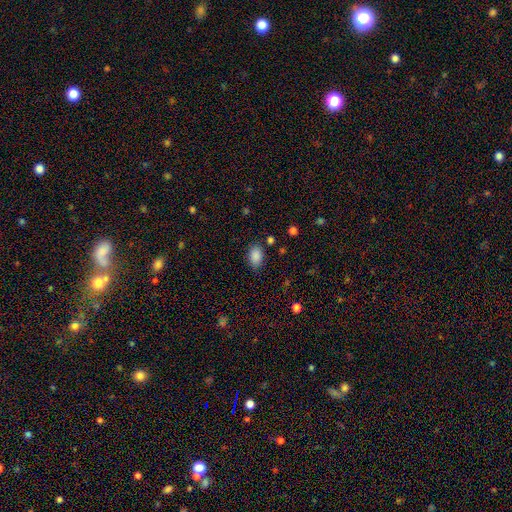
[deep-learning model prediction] smooth 87%, star or artifact 9%, featured or disk 4%. Down the decision tree: how rounded — in between (86%); merging — none (81%).